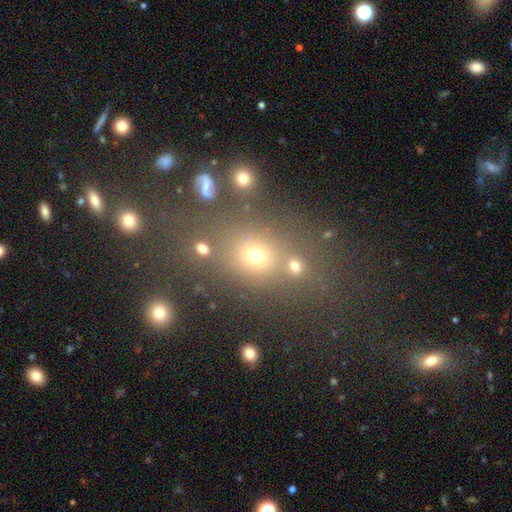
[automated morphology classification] Smooth or featured: smooth — 57% (star or artifact — 30%)
How rounded: round — 55% (in between — 42%)
Merging: none — 66% (merger — 13%)